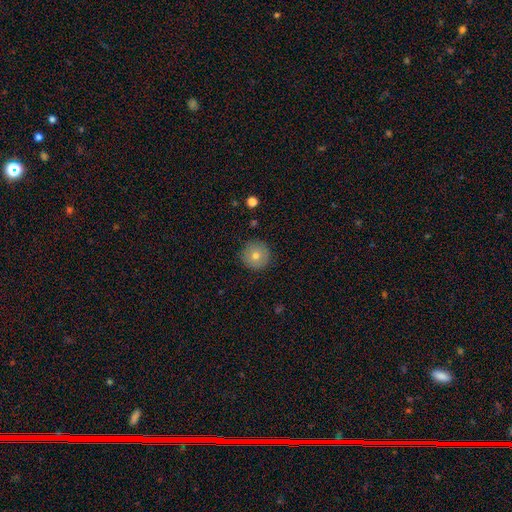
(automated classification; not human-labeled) Overall: smooth (71%). How rounded: round (96%). Merging: none (90%).